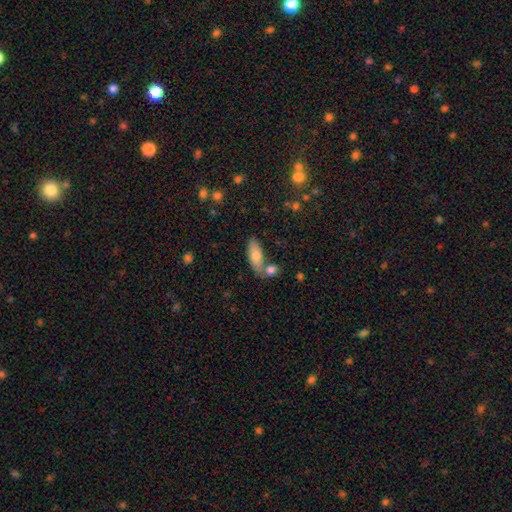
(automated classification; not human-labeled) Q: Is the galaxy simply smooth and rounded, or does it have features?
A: smooth — 76%.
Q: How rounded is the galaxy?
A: in between — 76%.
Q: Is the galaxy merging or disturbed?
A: none — 63%.